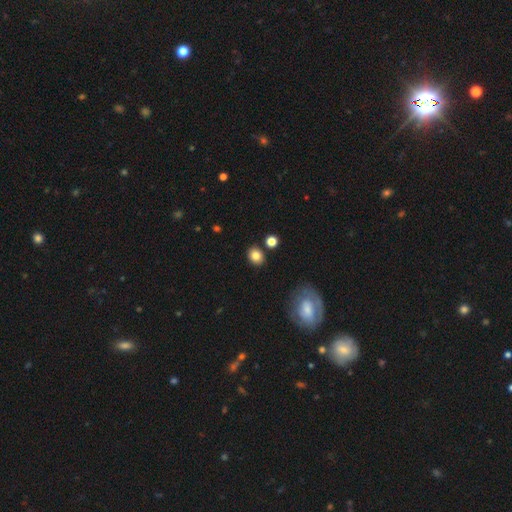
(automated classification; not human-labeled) smooth 82%, star or artifact 10%, featured or disk 7%. Down the decision tree: how rounded — round (57%); merging — none (83%).